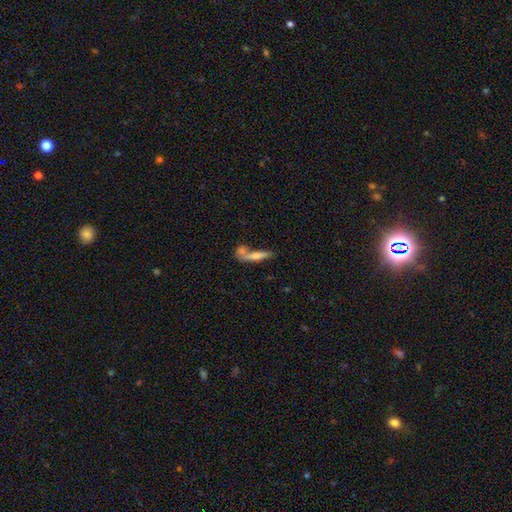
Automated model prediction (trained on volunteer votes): Smooth or featured? Predicted: smooth (p=0.60). How rounded? Predicted: cigar-shaped (p=0.76). Merging? Predicted: merger (p=0.41, tied with none).